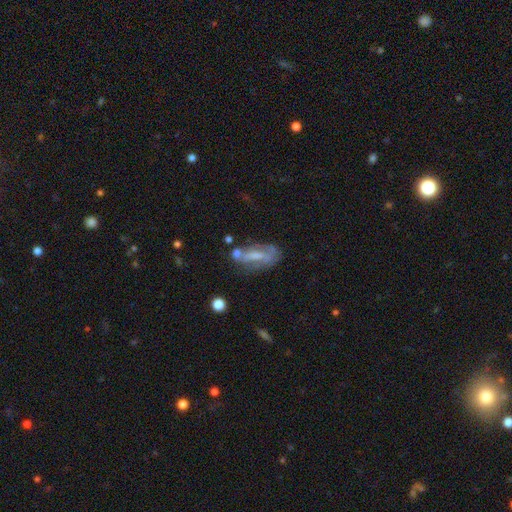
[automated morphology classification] smooth-or-featured: featured or disk: 52% | smooth: 39% | star or artifact: 9%
  disk-edge-on: no: 85% | yes: 15%
  merging: none: 42% | minor disturbance: 25% | major disturbance: 17% | merger: 16%